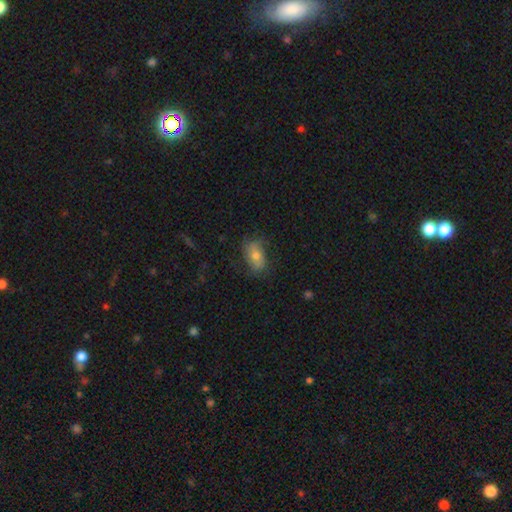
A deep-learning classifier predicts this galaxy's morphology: Q: Smooth or featured?
A: smooth (64%); runner-up: featured or disk (27%)
Q: How rounded?
A: in between (86%); runner-up: round (10%)
Q: Merging?
A: none (69%); runner-up: minor disturbance (22%)